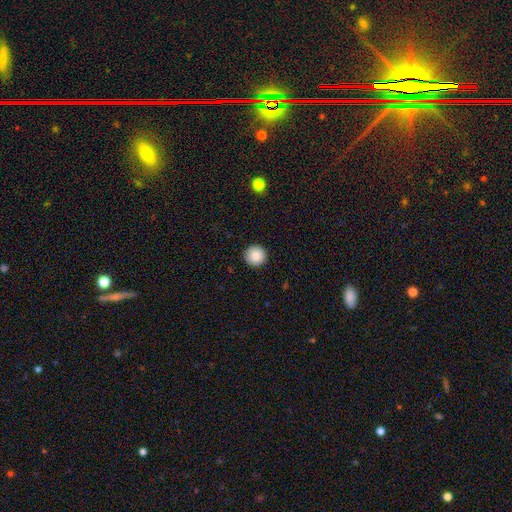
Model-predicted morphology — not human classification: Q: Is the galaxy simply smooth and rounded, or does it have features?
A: smooth — 88%.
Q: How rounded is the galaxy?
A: round — 96%.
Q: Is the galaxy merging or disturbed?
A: none — 93%.